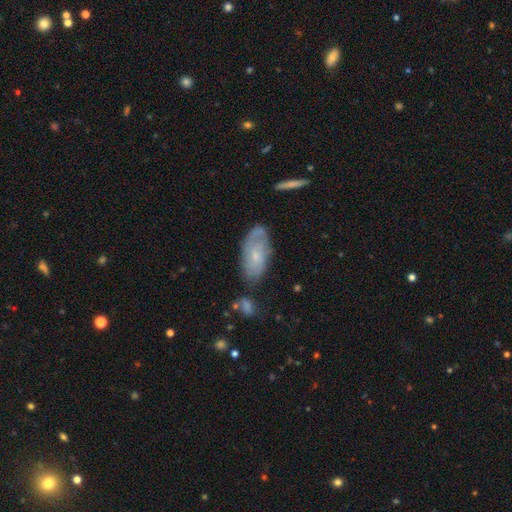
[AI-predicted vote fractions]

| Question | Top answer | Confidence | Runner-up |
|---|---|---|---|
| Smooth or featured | featured or disk | 52% | smooth (41%) |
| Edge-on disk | no | 91% | yes (9%) |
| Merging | none | 62% | minor disturbance (25%) |